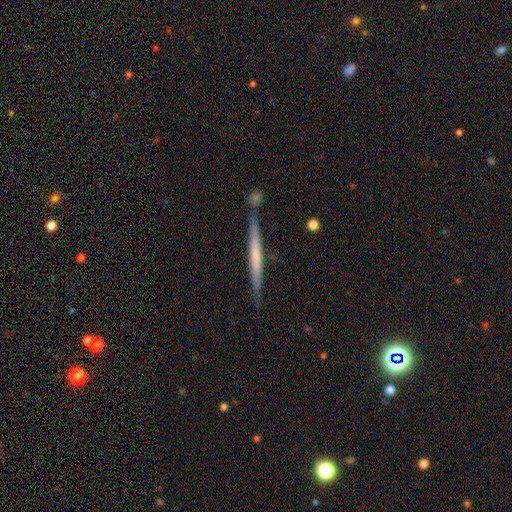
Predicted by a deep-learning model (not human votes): A featured or disk galaxy (54%) viewed edge-on (97%) with no central bulge (77%). Merging: none (81%).